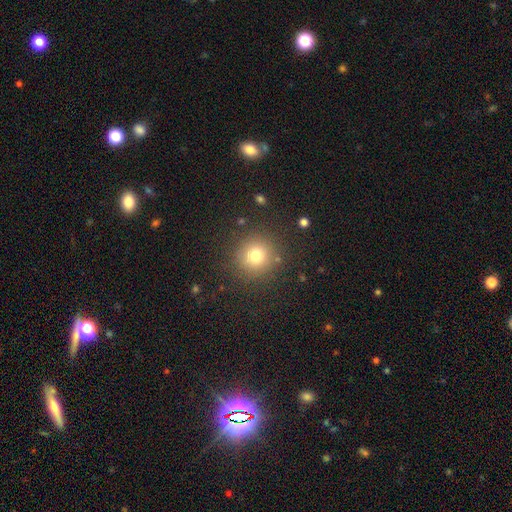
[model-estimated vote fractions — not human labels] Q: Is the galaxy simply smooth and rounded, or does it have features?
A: smooth — 76%.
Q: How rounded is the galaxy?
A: round — 92%.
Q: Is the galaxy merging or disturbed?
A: none — 86%.